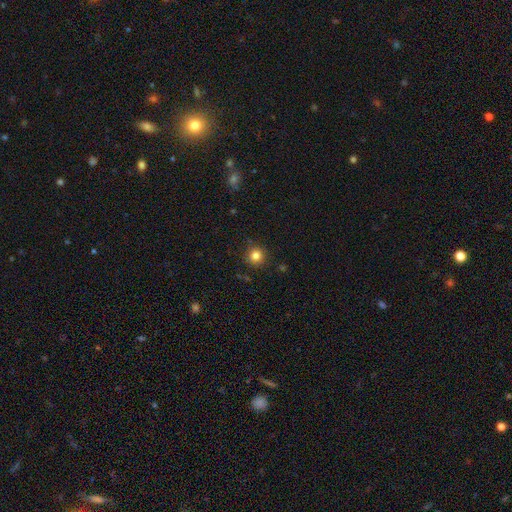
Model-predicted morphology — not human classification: smooth 83%, star or artifact 12%, featured or disk 5%. Down the decision tree: how rounded — round (94%); merging — none (90%).